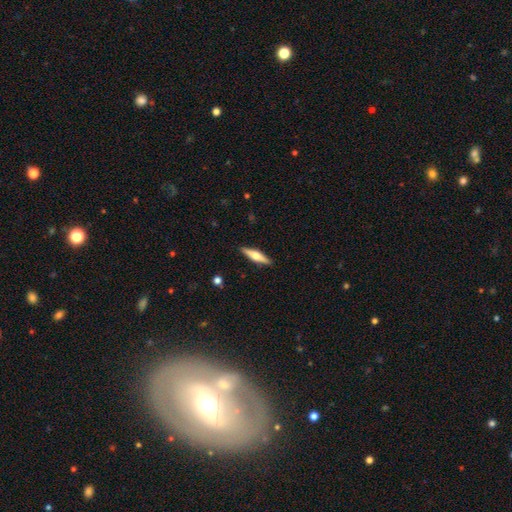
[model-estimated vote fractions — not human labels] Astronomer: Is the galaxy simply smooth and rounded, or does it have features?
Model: featured or disk — 56% (runner-up: smooth, 39%).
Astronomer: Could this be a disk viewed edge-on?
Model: yes — 95%.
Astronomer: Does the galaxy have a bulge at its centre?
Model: rounded — 93%.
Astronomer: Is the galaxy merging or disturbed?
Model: none — 91%.